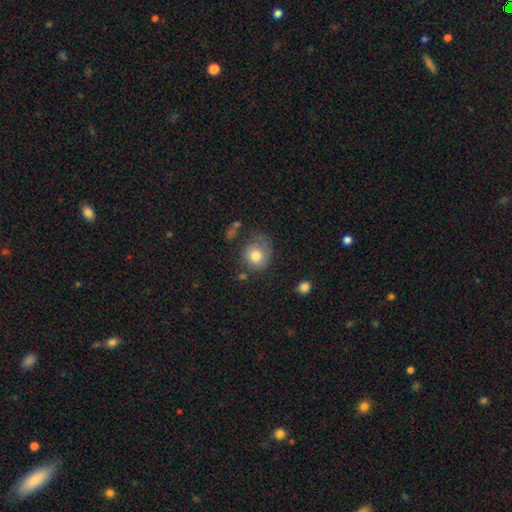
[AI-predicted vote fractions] Overall: smooth (77%). How rounded: round (80%). Merging: none (56%; minor disturbance 25%).